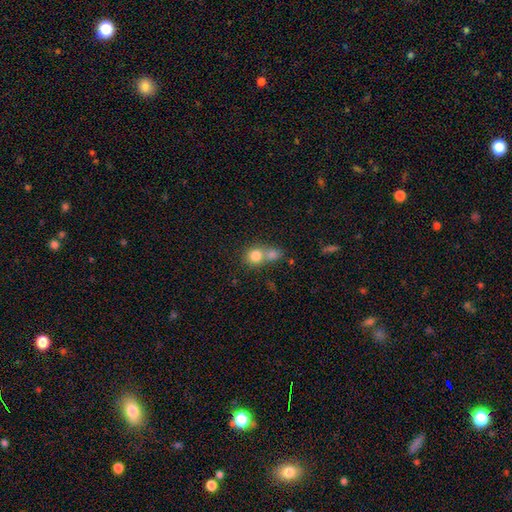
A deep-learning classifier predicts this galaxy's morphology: Smooth or featured?
  - smooth: 80% *
  - star or artifact: 10%
  - featured or disk: 10%
How rounded?
  - round: 83% *
  - in between: 16%
  - cigar-shaped: 1%
Merging?
  - merger: 53% *
  - none: 37%
  - minor disturbance: 6%
  - major disturbance: 3%